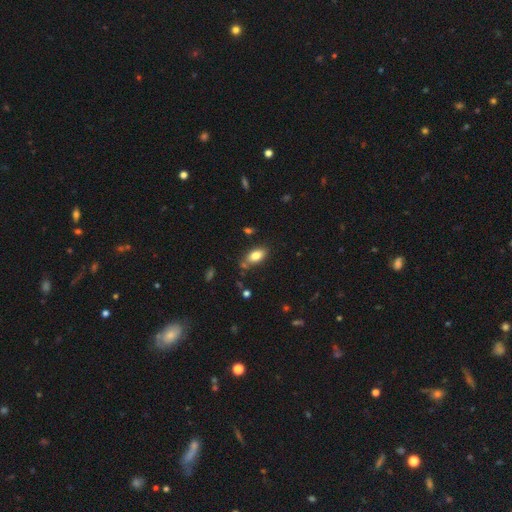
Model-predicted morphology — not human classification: Overall: smooth (81%). How rounded: in between (90%). Merging: none (75%).